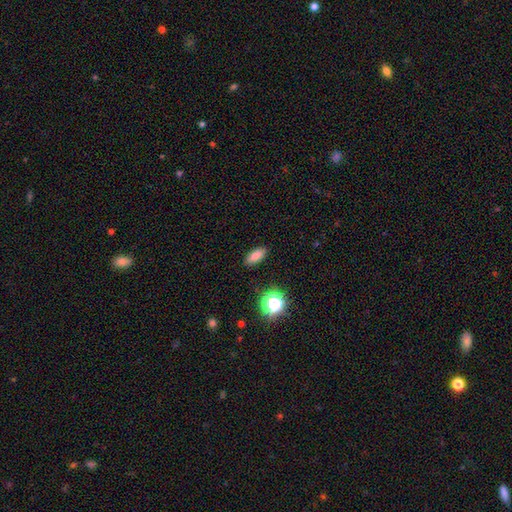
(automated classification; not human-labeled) Smooth or featured?
  - smooth: 81% *
  - star or artifact: 12%
  - featured or disk: 6%
How rounded?
  - in between: 75% *
  - cigar-shaped: 20%
  - round: 6%
Merging?
  - none: 89% *
  - minor disturbance: 8%
  - major disturbance: 2%
  - merger: 1%